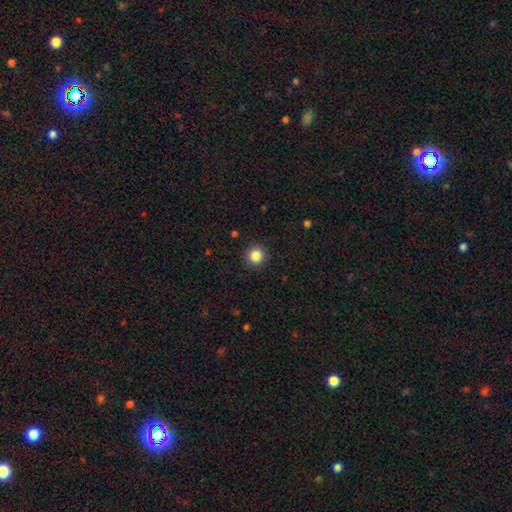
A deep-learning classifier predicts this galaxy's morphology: This is clearly a smooth galaxy (86%). How rounded: clearly round (95%). Merging: clearly none (91%).